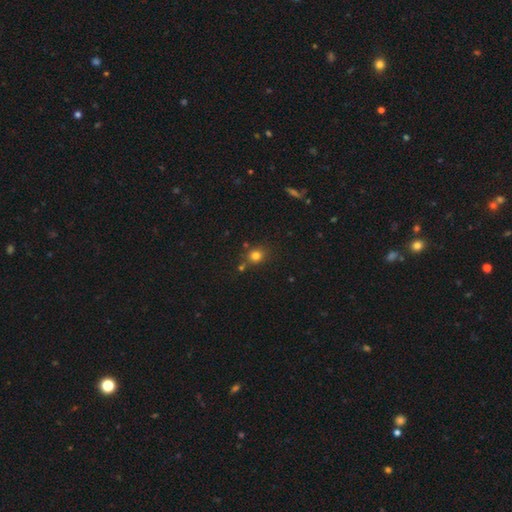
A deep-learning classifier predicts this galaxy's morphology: A smooth galaxy with no disk features (79%) that is round (76%). Merging: none (73%).